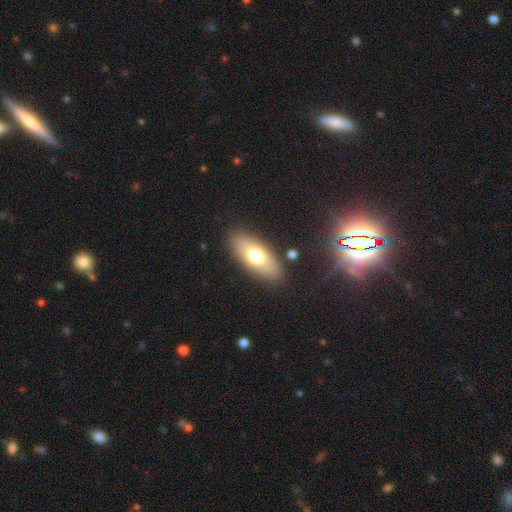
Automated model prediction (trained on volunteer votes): Overall: smooth (69%). How rounded: in between (81%). Merging: none (86%).